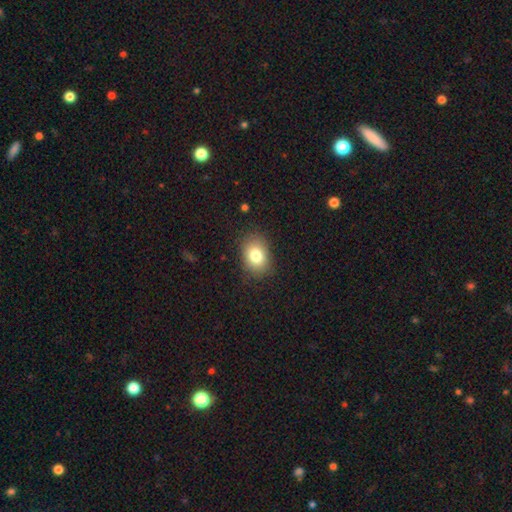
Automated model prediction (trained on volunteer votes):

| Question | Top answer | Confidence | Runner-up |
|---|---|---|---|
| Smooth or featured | smooth | 80% | featured or disk (10%) |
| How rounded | in between | 72% | round (27%) |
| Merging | none | 84% | minor disturbance (12%) |